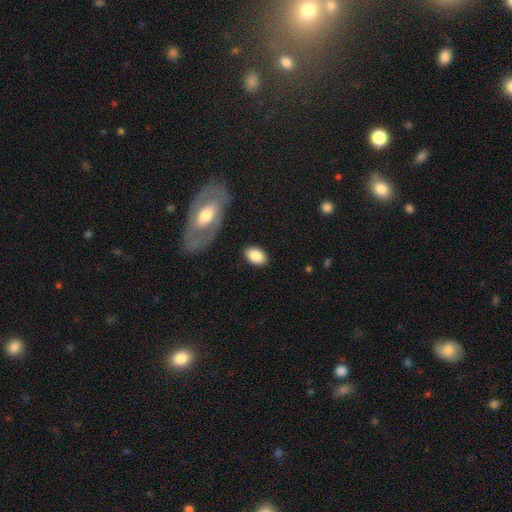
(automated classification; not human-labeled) This appears to be a smooth galaxy with no disk features (85%) that is in between round and cigar-shaped (89%). Merging: none (85%).